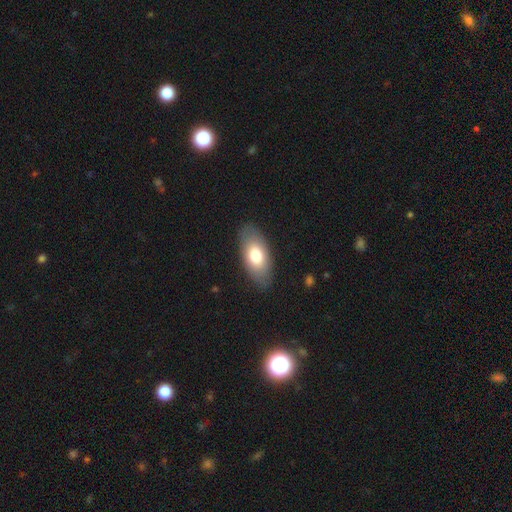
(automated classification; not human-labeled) This appears to be a smooth galaxy with no disk features (75%) that is in between round and cigar-shaped (92%). Merging: none (84%).